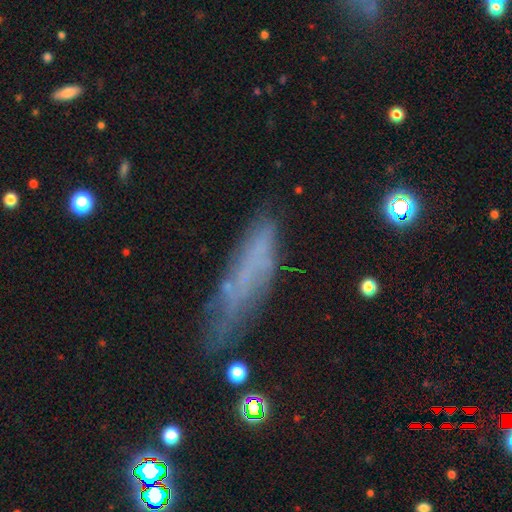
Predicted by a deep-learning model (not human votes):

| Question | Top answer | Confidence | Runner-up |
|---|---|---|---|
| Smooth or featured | smooth | 47% | featured or disk (41%) |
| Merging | none | 56% | minor disturbance (27%) |